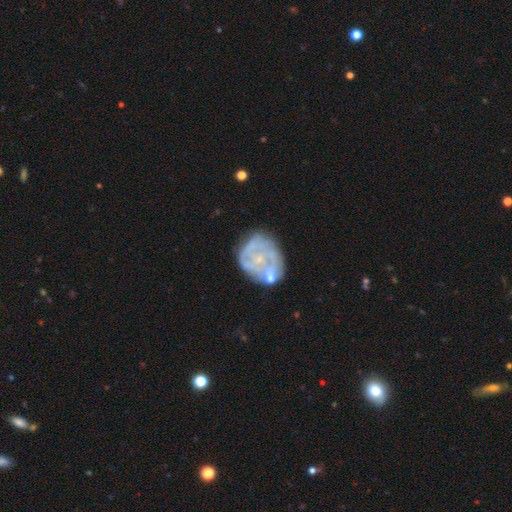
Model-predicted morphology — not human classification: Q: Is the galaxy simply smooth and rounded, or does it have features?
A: featured or disk — 69%.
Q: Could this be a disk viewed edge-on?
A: no — 98%.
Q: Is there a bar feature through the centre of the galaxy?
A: no — 80%.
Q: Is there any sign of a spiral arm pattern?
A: yes — 50%, tied with no.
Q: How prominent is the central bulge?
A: small — 65%.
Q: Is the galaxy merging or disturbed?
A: none — 51%.